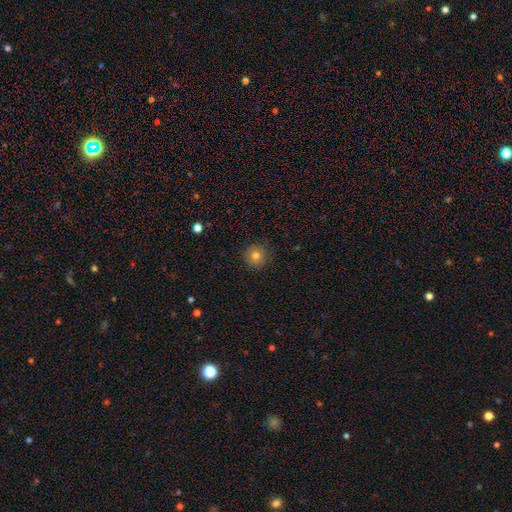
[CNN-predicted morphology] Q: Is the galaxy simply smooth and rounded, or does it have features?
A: smooth — 79%.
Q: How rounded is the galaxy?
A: round — 94%.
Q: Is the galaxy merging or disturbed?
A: none — 89%.